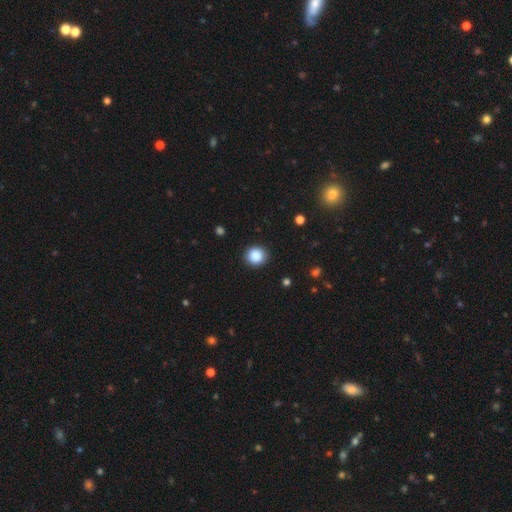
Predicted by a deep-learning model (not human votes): Q: Smooth or featured?
A: smooth (88%); runner-up: star or artifact (9%)
Q: How rounded?
A: round (91%); runner-up: in between (8%)
Q: Merging?
A: none (91%); runner-up: minor disturbance (6%)